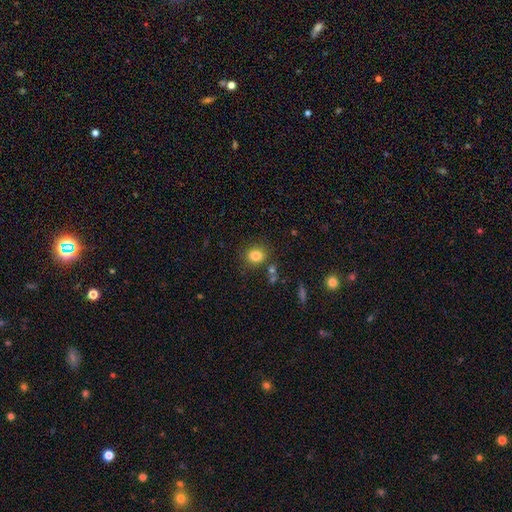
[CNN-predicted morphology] Smooth or featured: smooth — 82% (star or artifact — 11%)
How rounded: round — 58% (in between — 41%)
Merging: none — 78% (minor disturbance — 12%)